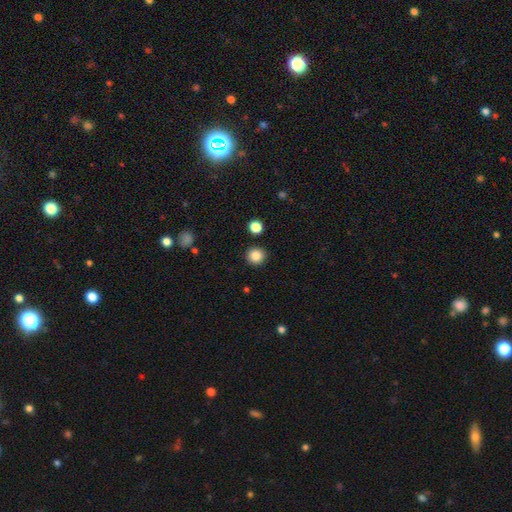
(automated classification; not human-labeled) A smooth galaxy with no disk features (86%) that is round (94%). Merging: none (91%).